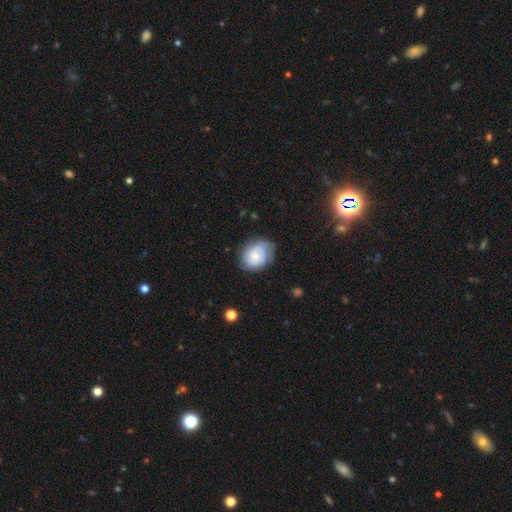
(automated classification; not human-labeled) Morphology: type=smooth (49%); merging=none (59%).